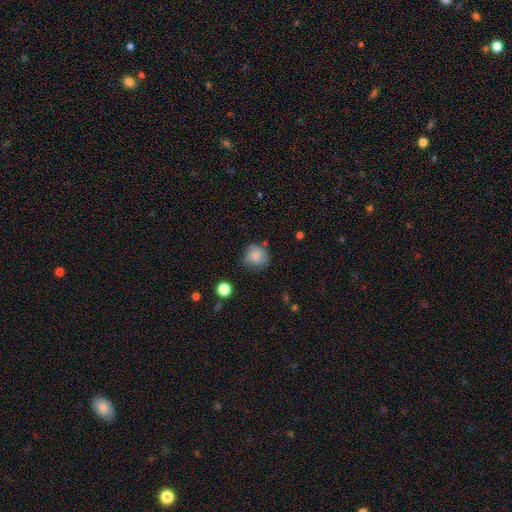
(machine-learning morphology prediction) smooth-or-featured: smooth: 80% | featured or disk: 11% | star or artifact: 9%
  how-rounded: round: 81% | in between: 18% | cigar-shaped: 1%
  merging: none: 63% | minor disturbance: 26% | major disturbance: 8% | merger: 3%